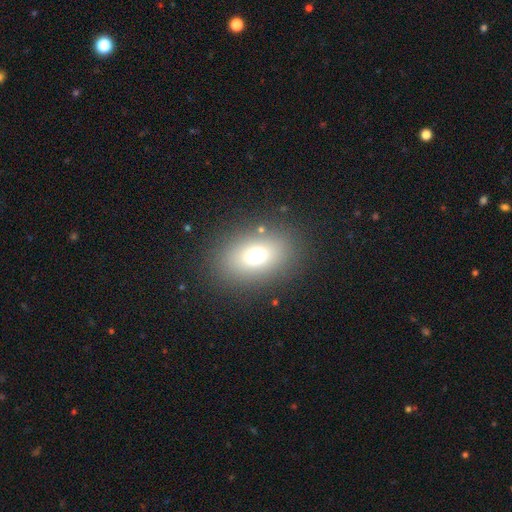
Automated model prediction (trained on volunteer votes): Q: Smooth or featured?
A: smooth (72%); runner-up: featured or disk (14%)
Q: How rounded?
A: in between (80%); runner-up: round (18%)
Q: Merging?
A: none (85%); runner-up: minor disturbance (9%)